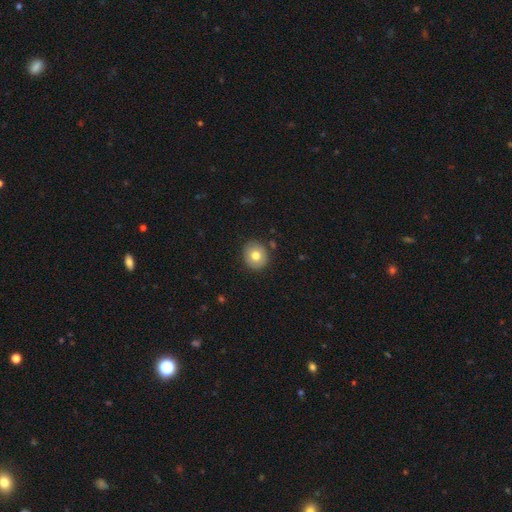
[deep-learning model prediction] Q: Smooth or featured?
A: smooth (75%); runner-up: featured or disk (16%)
Q: How rounded?
A: round (81%); runner-up: in between (18%)
Q: Merging?
A: none (87%); runner-up: minor disturbance (8%)